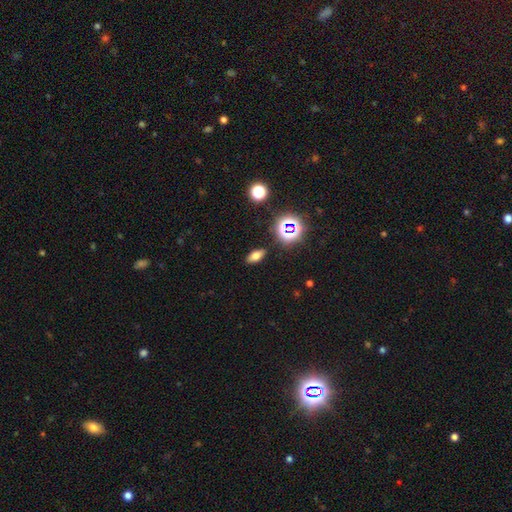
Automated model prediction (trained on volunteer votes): smooth-or-featured: smooth: 64% | star or artifact: 21% | featured or disk: 15%
  how-rounded: in between: 81% | cigar-shaped: 11% | round: 8%
  merging: none: 88% | minor disturbance: 8% | major disturbance: 2% | merger: 2%